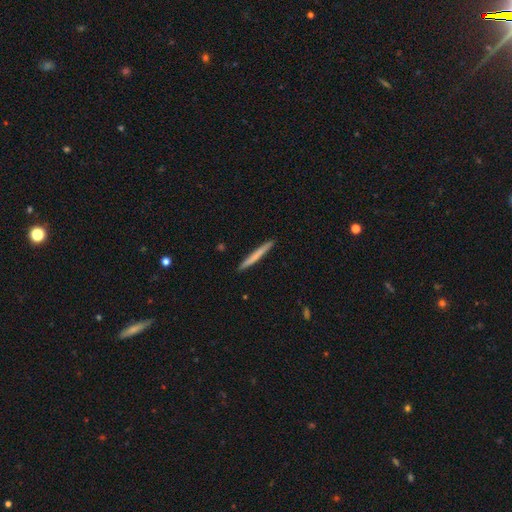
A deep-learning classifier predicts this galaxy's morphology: The model was most divided on "smooth or featured": smooth: 66%, featured or disk: 29%, star or artifact: 5%. More confident: how rounded — cigar-shaped (97%); merging — none (92%).